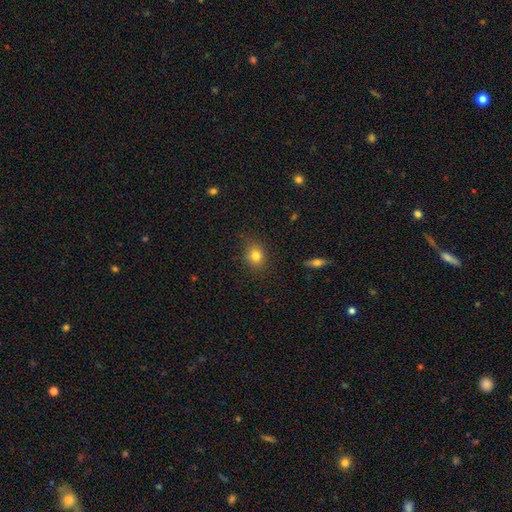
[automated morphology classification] Smooth or featured? smooth (80%)
How rounded? round (66%)
Merging? none (84%)